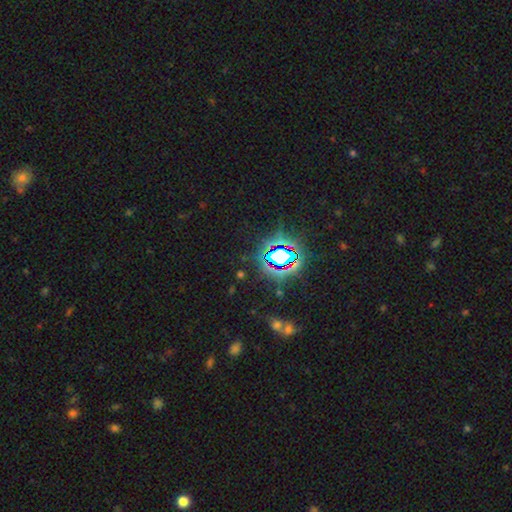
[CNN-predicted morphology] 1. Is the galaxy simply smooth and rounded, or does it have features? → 79% star or artifact, 13% smooth, 9% featured or disk.